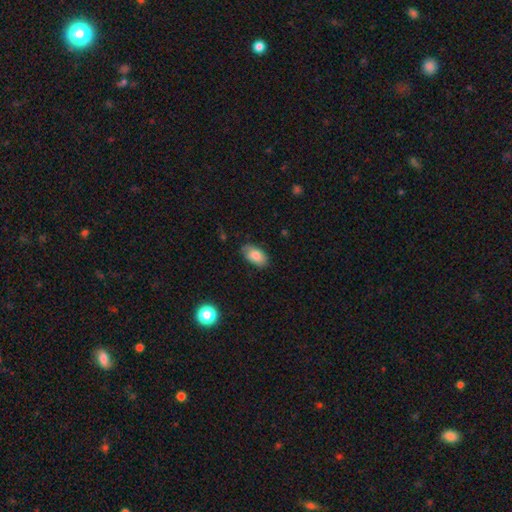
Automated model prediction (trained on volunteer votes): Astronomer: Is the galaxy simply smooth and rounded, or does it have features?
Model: smooth — 80%.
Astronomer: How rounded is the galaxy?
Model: in between — 93%.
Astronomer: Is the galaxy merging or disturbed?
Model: none — 79%.